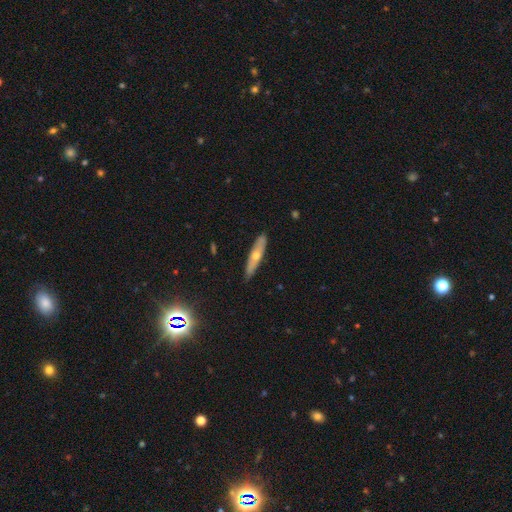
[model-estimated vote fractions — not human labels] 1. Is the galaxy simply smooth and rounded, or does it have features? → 49% featured or disk, 44% smooth, 8% star or artifact.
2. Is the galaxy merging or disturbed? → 88% none, 10% minor disturbance, 2% major disturbance, 1% merger.